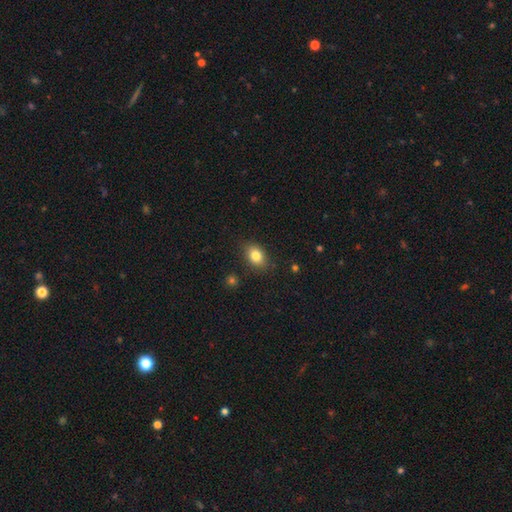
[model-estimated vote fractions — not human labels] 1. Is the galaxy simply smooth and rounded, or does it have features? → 82% smooth, 9% star or artifact, 8% featured or disk.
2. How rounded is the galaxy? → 76% in between, 23% round, 1% cigar-shaped.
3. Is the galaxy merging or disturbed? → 85% none, 11% minor disturbance, 3% major disturbance, 2% merger.